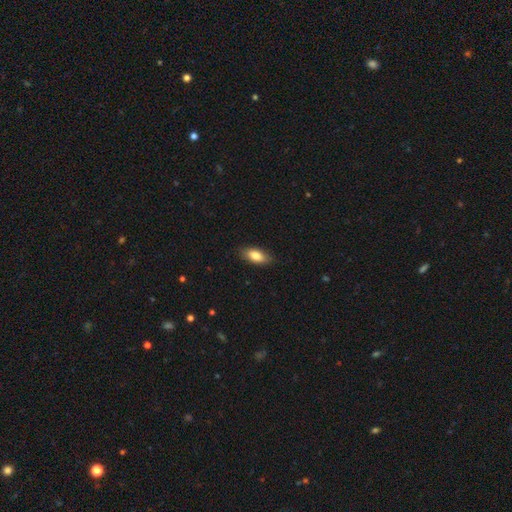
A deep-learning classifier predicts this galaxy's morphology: A smooth galaxy with no disk features (82%) that is in between round and cigar-shaped (87%). Merging: none (85%).